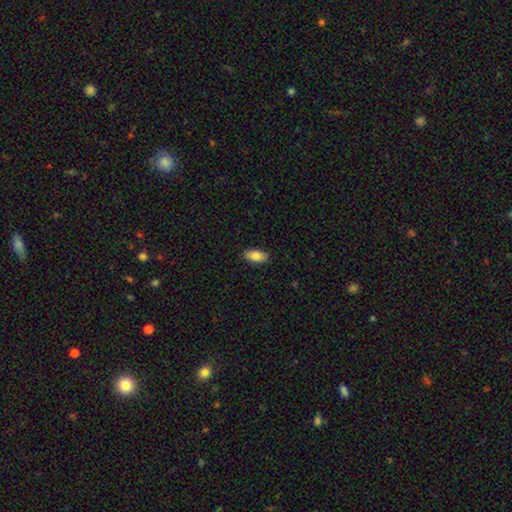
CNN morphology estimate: type=smooth (84%); roundness=in between (91%); merging=none (89%).